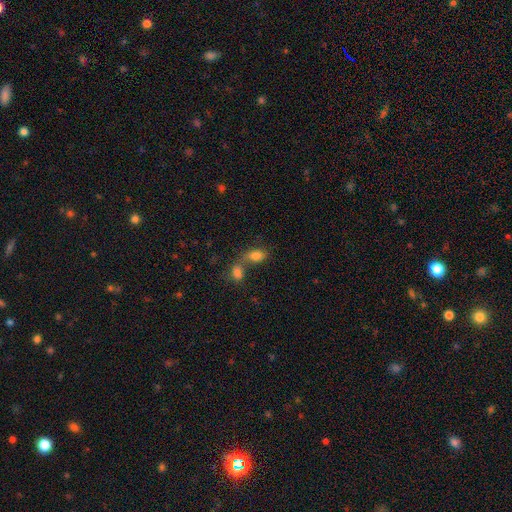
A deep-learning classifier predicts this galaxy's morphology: smooth_or_featured: smooth (p=0.80) [alt: star or artifact p=0.10]
how_rounded: in between (p=0.83) [alt: round p=0.14]
merging: merger (p=0.56) [alt: none p=0.29]